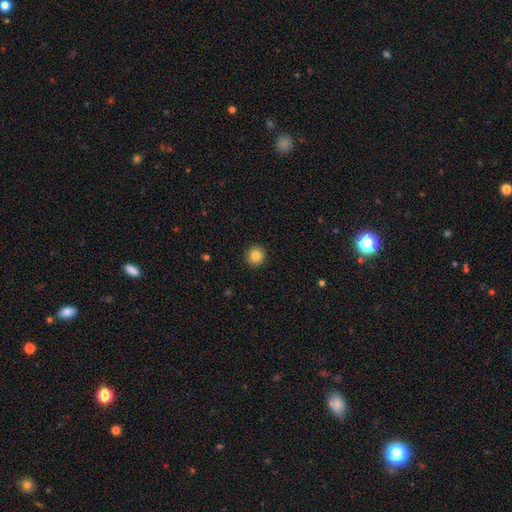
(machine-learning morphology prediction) Smooth or featured? Predicted: smooth (p=0.84). How rounded? Predicted: round (p=0.94). Merging? Predicted: none (p=0.93).